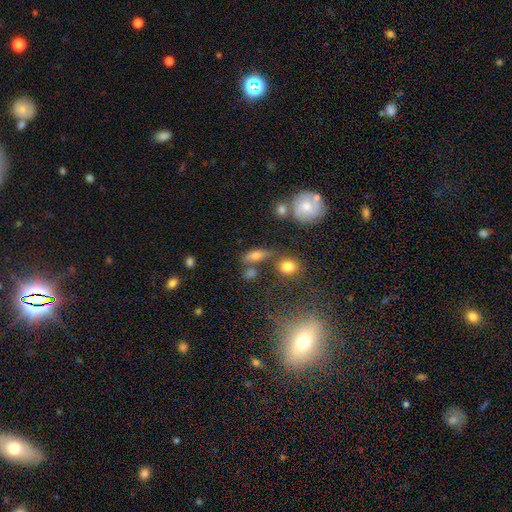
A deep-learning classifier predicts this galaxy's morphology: Smooth or featured?
  - smooth: 57% *
  - featured or disk: 28%
  - star or artifact: 15%
How rounded?
  - in between: 54% *
  - cigar-shaped: 33%
  - round: 13%
Merging?
  - none: 59% *
  - minor disturbance: 17%
  - merger: 16%
  - major disturbance: 8%